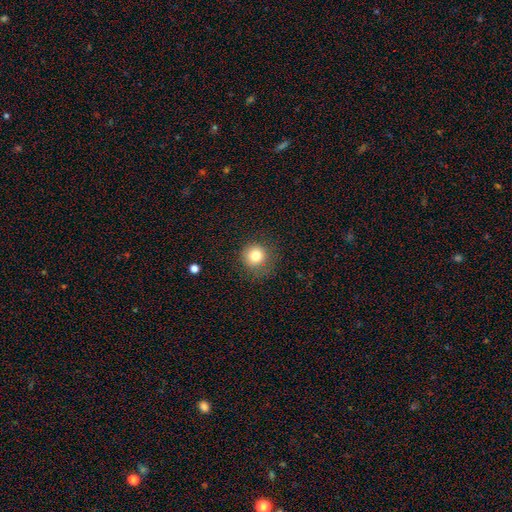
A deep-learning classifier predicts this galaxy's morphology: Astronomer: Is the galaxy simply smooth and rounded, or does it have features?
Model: smooth — 80%.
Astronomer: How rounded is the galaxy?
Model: round — 93%.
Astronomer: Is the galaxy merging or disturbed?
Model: none — 80%.